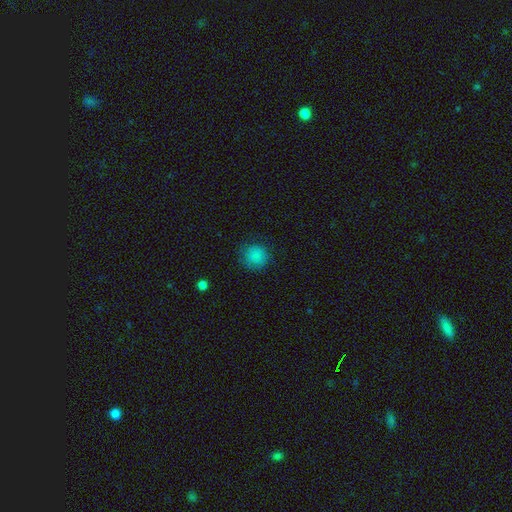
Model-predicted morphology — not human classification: Q: Smooth or featured?
A: smooth (85%); runner-up: star or artifact (11%)
Q: How rounded?
A: round (92%); runner-up: in between (7%)
Q: Merging?
A: none (83%); runner-up: minor disturbance (12%)